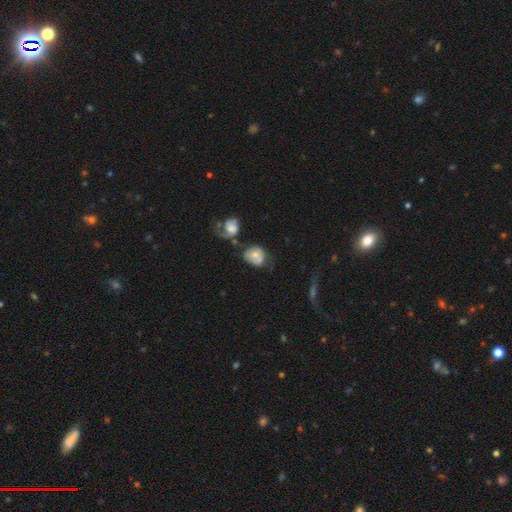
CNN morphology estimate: type=smooth (54%); roundness=round (68%); merging=none (32%).